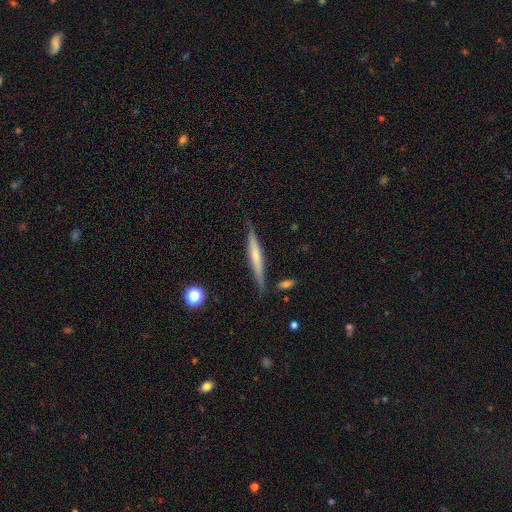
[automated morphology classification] type=featured or disk (47%); merging=none (83%).